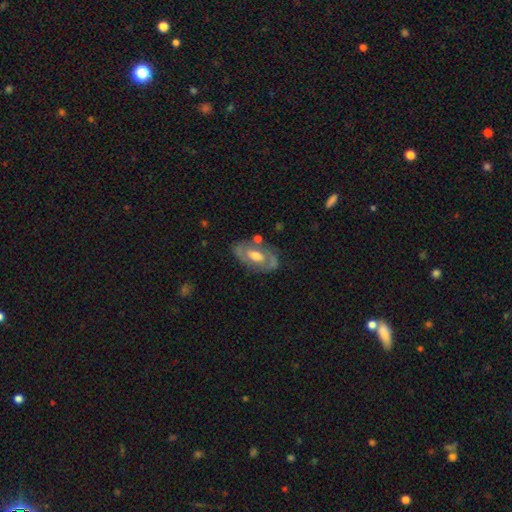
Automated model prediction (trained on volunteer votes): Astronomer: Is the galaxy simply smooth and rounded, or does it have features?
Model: featured or disk — 65%.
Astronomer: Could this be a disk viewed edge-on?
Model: no — 91%.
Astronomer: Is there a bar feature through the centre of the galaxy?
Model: no — 53% (runner-up: weak, 35%).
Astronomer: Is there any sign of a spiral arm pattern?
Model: yes — 54% (runner-up: no, 46%).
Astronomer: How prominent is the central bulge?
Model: moderate — 65%.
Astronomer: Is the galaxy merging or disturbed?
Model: none — 69%.